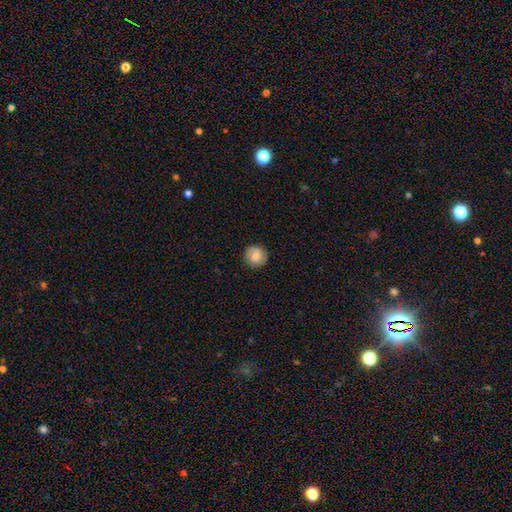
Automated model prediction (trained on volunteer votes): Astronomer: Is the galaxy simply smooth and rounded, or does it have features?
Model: smooth — 76%.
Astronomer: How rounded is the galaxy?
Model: round — 93%.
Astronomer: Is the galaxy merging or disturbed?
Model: none — 89%.